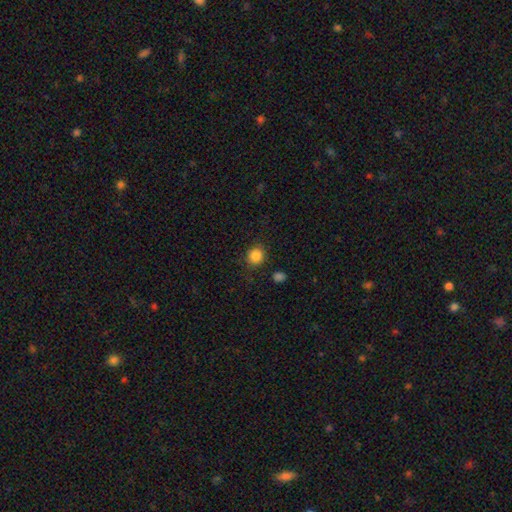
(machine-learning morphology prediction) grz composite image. It shows a smooth galaxy with no disk features (86%) that is round (88%). Merging: none (84%).